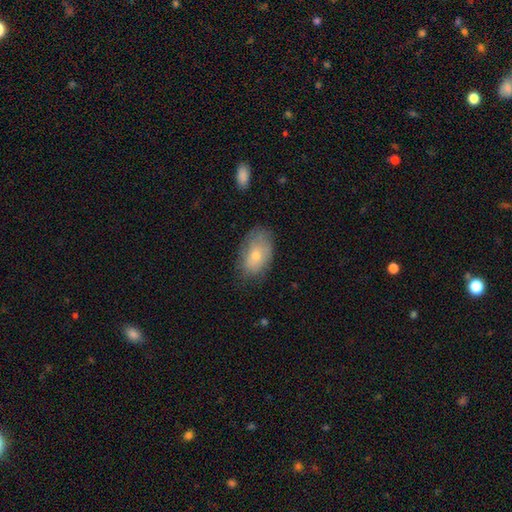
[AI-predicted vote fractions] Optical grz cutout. It shows a smooth galaxy with no disk features (64%) that is in between round and cigar-shaped (89%). Merging: none (68%).